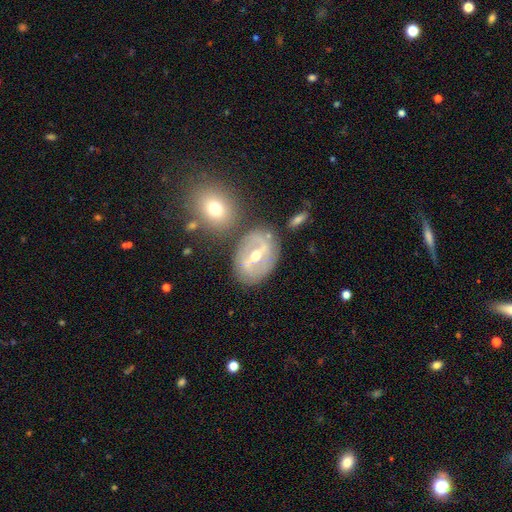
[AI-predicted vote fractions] featured or disk 77%, smooth 16%, star or artifact 7%. Down the decision tree: edge-on disk — no (93%); bar — strong (56%); spiral arms — yes (58%); bulge size — moderate (64%); merging — none (73%).